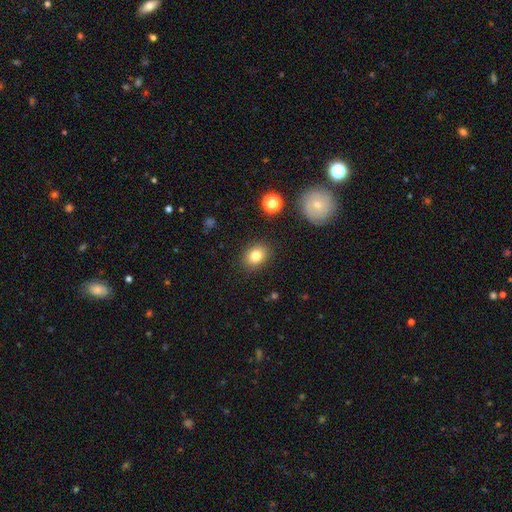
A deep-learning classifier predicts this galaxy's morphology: This appears to be a smooth galaxy with no disk features (80%) that is in between round and cigar-shaped (50%). Merging: none (87%).